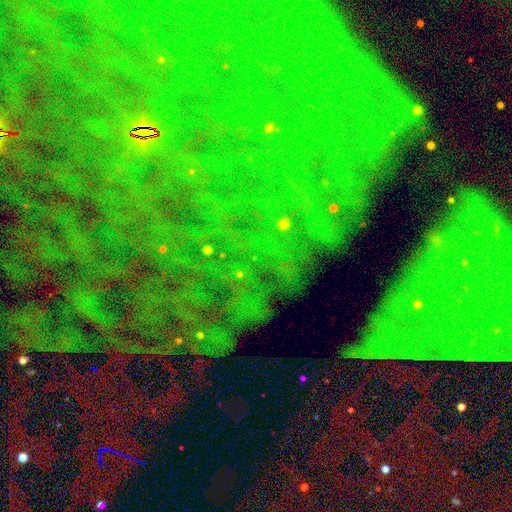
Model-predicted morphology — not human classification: A star or artifact, not a galaxy (83%).

Vote fractions:
- Smooth or featured? star or artifact: 83% / featured or disk: 9% / smooth: 8%